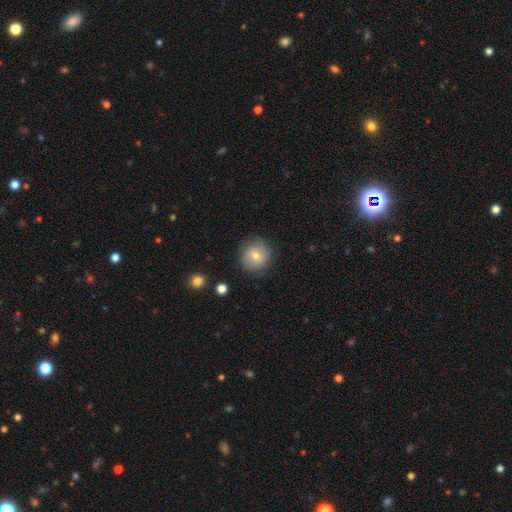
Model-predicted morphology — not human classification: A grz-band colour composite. It shows a smooth galaxy with no disk features (74%) that is round (90%). Merging: none (83%).